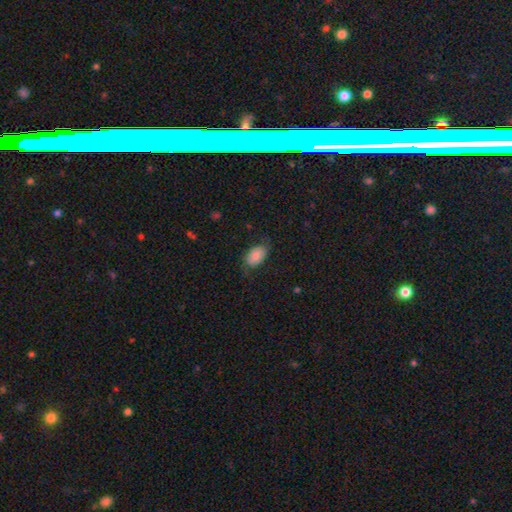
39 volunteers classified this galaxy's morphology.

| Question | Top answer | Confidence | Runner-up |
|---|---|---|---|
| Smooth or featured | smooth | 85% | star or artifact (10%) |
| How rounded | in between | 91% | round (6%) |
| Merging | none | 63% | minor disturbance (31%) |